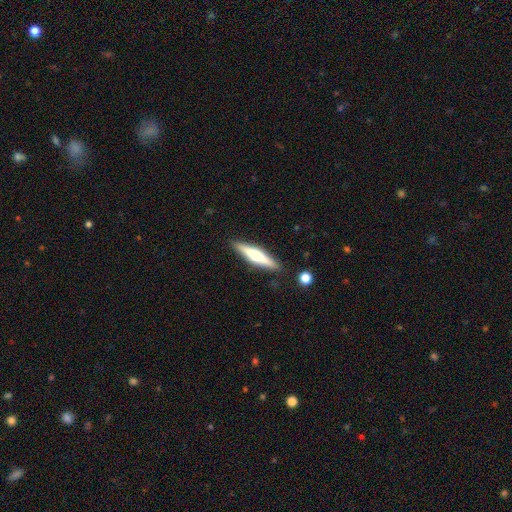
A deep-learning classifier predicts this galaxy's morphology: A featured or disk galaxy (54%) viewed edge-on (96%) with a rounded central bulge (80%).

Vote fractions:
- Smooth or featured? featured or disk: 54% / smooth: 40% / star or artifact: 5%
- Edge-on disk? yes: 96% / no: 4%
- Edge-on bulge? rounded: 80% / boxy: 11% / none: 9%
- Merging? none: 89% / minor disturbance: 8% / major disturbance: 2% / merger: 2%